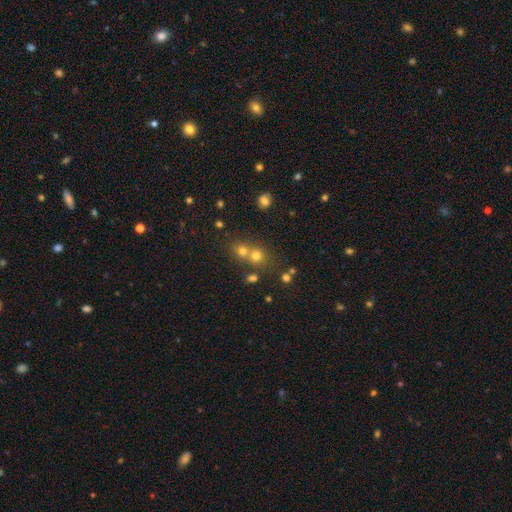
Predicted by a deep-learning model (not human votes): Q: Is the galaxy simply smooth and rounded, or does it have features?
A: smooth — 64%.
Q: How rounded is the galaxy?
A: round — 84%.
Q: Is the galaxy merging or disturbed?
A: none — 46%.